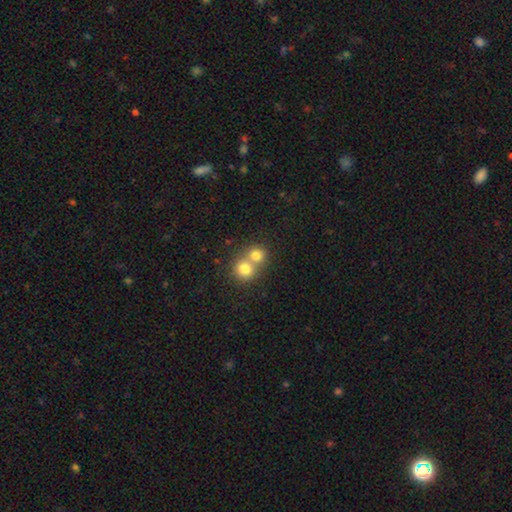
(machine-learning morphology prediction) Q: Smooth or featured?
A: smooth (66%); runner-up: star or artifact (20%)
Q: How rounded?
A: round (85%); runner-up: in between (14%)
Q: Merging?
A: merger (50%); runner-up: none (42%)